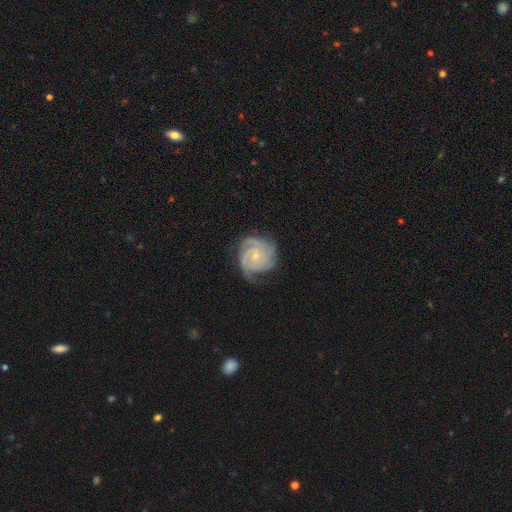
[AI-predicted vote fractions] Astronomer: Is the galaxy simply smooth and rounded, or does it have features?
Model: featured or disk — 88%.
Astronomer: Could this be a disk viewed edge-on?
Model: no — 98%.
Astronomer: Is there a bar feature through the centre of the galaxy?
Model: no — 78%.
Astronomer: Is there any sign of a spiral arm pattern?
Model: yes — 98%.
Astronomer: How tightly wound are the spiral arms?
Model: tight — 69%.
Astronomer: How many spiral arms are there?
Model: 3 — 45%.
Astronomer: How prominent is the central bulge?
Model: small — 75%.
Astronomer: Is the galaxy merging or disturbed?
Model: none — 70%.